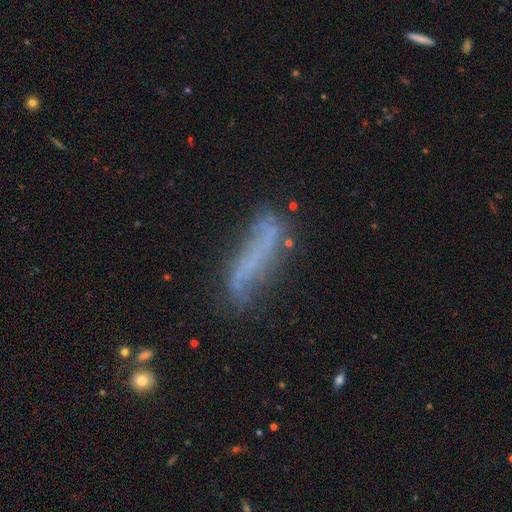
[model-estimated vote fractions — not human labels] The model was most divided on "smooth or featured": featured or disk: 53%, smooth: 34%, star or artifact: 13%. More confident: edge-on disk — no (68%); merging — none (58%).